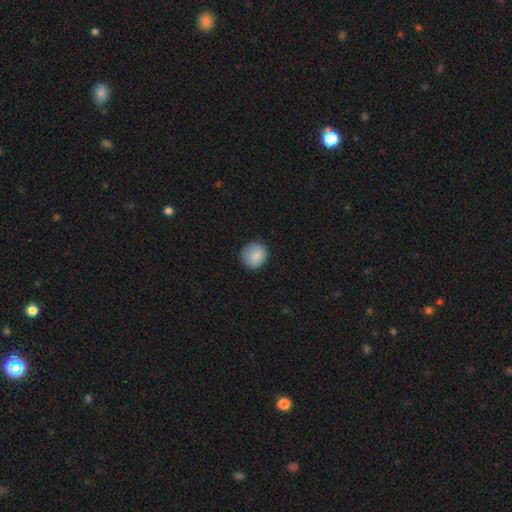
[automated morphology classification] Smooth or featured: smooth — 87% (star or artifact — 8%)
How rounded: round — 84% (in between — 16%)
Merging: none — 81% (minor disturbance — 14%)